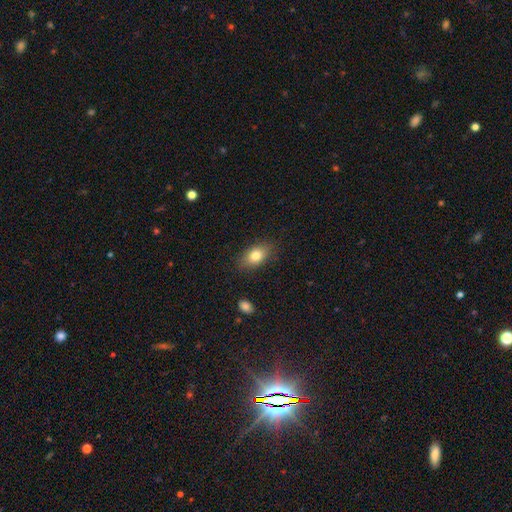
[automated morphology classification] smooth-or-featured: smooth: 81% | featured or disk: 11% | star or artifact: 8%
  how-rounded: in between: 87% | round: 10% | cigar-shaped: 3%
  merging: none: 85% | minor disturbance: 11% | major disturbance: 3% | merger: 1%